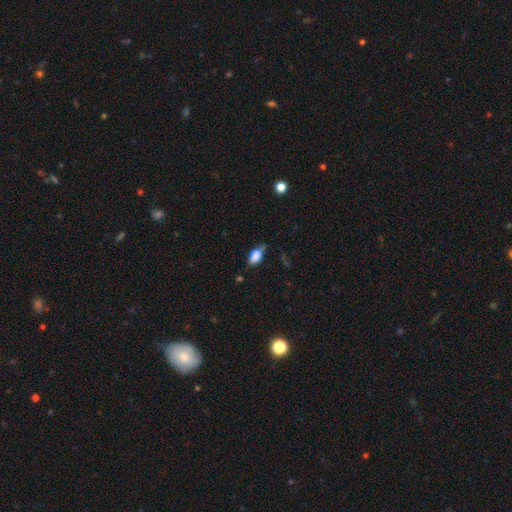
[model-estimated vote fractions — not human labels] This is clearly a smooth galaxy (81%). How rounded: clearly in between (88%). Merging: possibly none (55%).